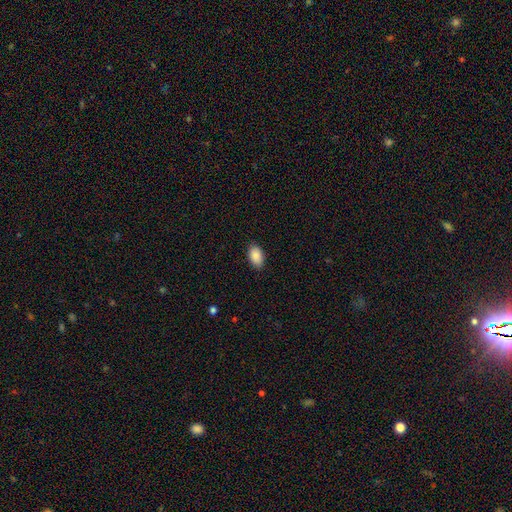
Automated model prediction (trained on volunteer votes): Smooth or featured? Predicted: smooth (p=0.89). How rounded? Predicted: in between (p=0.94). Merging? Predicted: none (p=0.87).